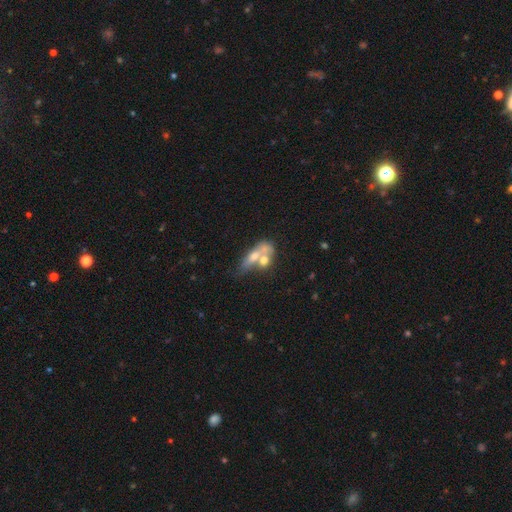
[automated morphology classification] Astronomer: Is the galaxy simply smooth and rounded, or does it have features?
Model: smooth — 53% (runner-up: featured or disk, 38%).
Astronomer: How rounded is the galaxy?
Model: in between — 63%.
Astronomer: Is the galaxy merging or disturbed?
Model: merger — 60%.